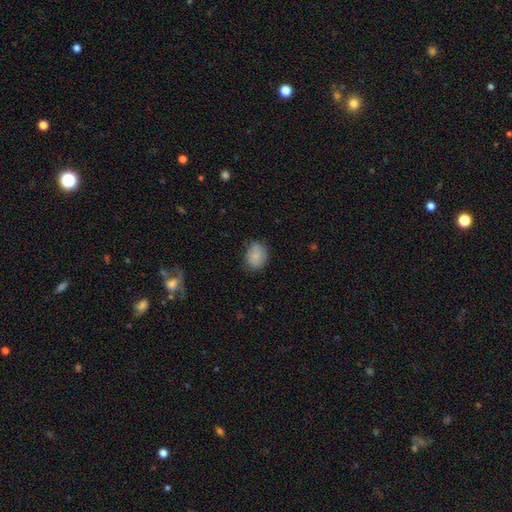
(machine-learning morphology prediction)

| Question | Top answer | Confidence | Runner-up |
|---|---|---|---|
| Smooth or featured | smooth | 84% | featured or disk (9%) |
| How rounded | in between | 50% | round (49%) |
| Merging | none | 75% | minor disturbance (20%) |